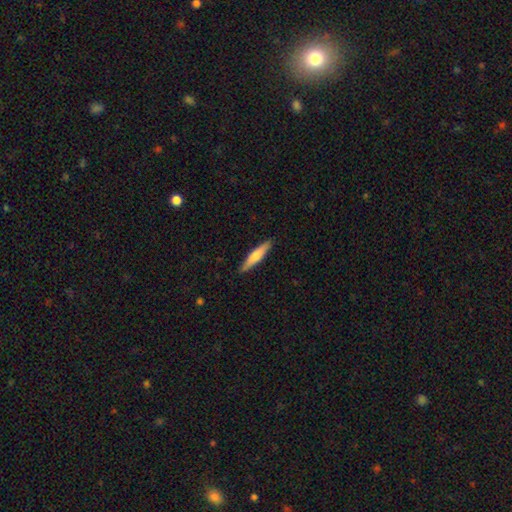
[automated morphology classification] Q: Smooth or featured?
A: smooth (61%); runner-up: featured or disk (34%)
Q: How rounded?
A: cigar-shaped (86%); runner-up: in between (13%)
Q: Merging?
A: none (90%); runner-up: minor disturbance (7%)